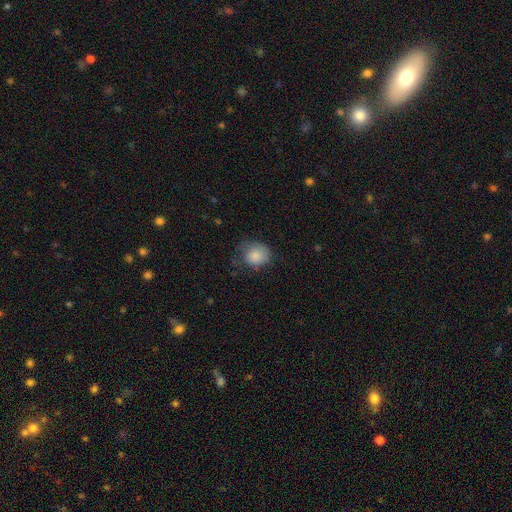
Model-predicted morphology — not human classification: smooth-or-featured: smooth: 84% | featured or disk: 9% | star or artifact: 8%
  how-rounded: round: 68% | in between: 31% | cigar-shaped: 1%
  merging: none: 53% | minor disturbance: 32% | major disturbance: 14% | merger: 1%